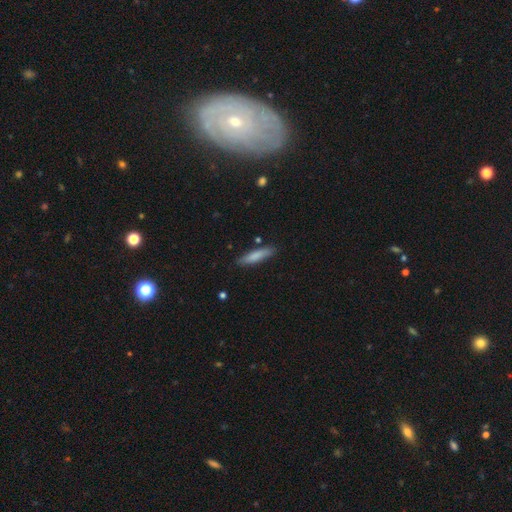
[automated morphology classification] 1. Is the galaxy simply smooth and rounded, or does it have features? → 79% smooth, 15% featured or disk, 6% star or artifact.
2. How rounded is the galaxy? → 81% cigar-shaped, 18% in between, 1% round.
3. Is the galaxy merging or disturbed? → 84% none, 11% minor disturbance, 2% merger, 2% major disturbance.